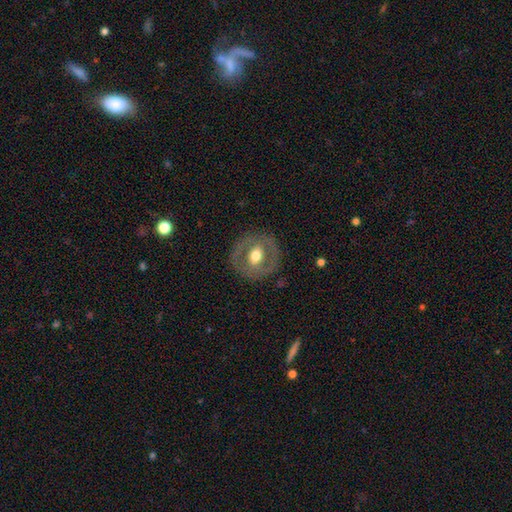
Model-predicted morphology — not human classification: The model was most divided on "smooth or featured": featured or disk: 54%, smooth: 39%, star or artifact: 6%. More confident: edge-on disk — no (94%); spiral arms — no (84%); merging — none (82%); bulge size — moderate (68%); bar — no (54%).